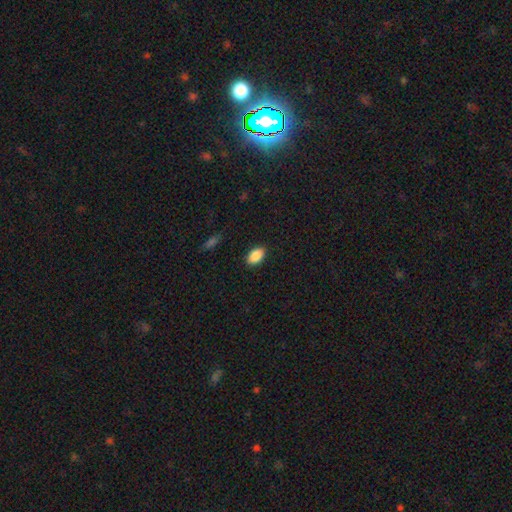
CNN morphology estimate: Overall: smooth (88%). How rounded: in between (91%). Merging: none (87%).